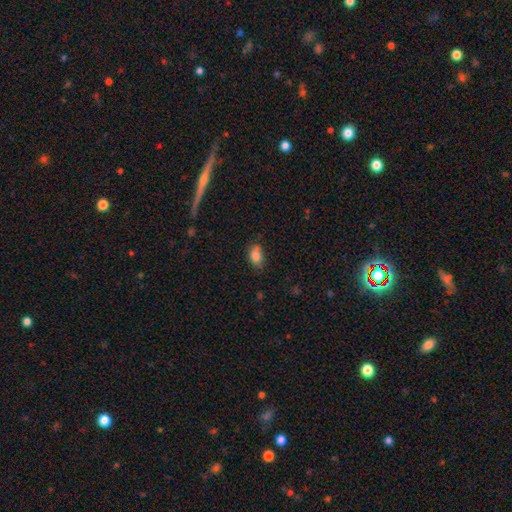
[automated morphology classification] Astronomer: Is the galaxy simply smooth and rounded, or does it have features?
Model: smooth — 84%.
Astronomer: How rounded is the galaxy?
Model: in between — 84%.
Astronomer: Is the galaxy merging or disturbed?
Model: none — 71%.